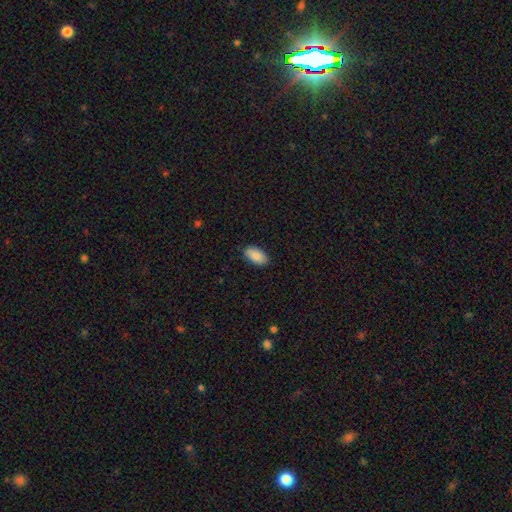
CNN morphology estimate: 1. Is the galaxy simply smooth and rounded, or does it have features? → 89% smooth, 6% star or artifact, 5% featured or disk.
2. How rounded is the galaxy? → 95% in between, 3% round, 2% cigar-shaped.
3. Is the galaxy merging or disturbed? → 88% none, 9% minor disturbance, 2% major disturbance, 1% merger.